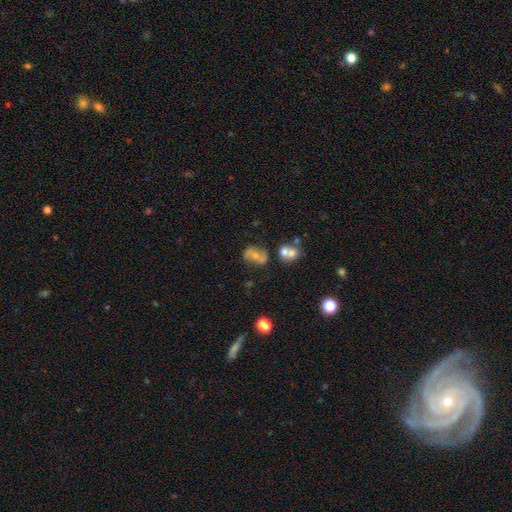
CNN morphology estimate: Smooth or featured? featured or disk (47%)
Merging? none (54%)